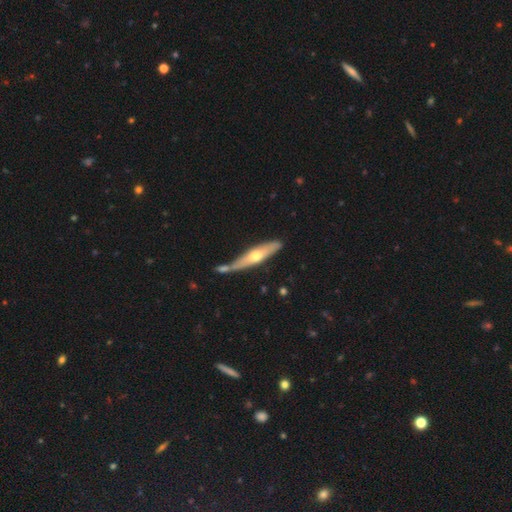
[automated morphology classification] This appears to be a featured or disk galaxy (59%) viewed edge-on (84%). Merging: none (62%).